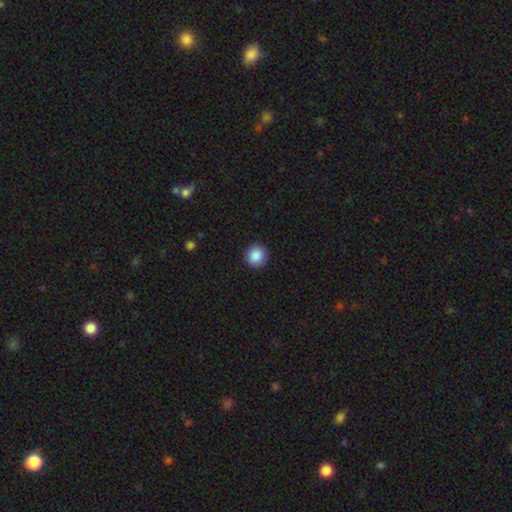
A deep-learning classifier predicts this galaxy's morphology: A smooth galaxy with no disk features (89%) that is round (91%). Merging: none (92%).